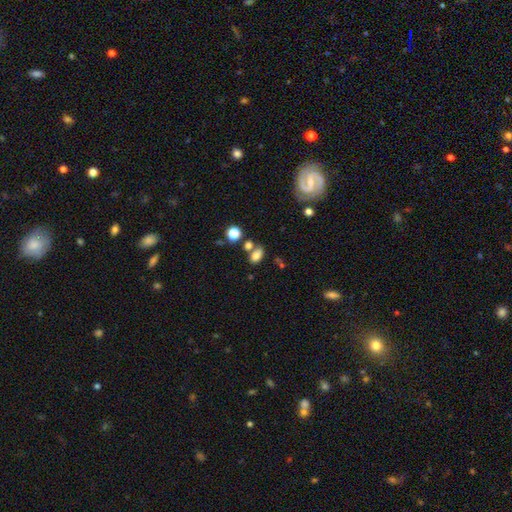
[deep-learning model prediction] A smooth galaxy with no disk features (76%) that is in between round and cigar-shaped (84%). Merging: none (55%).